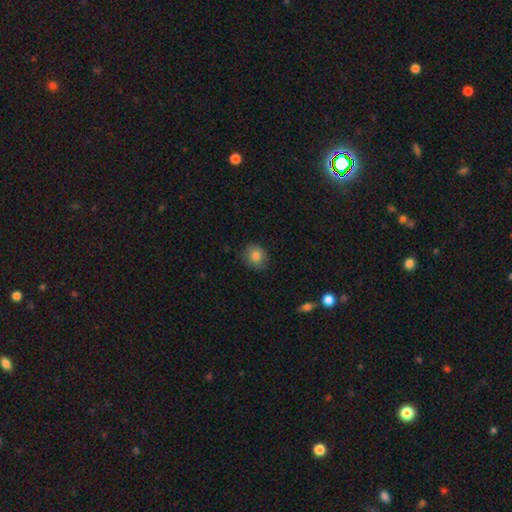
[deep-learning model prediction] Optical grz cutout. It shows a smooth galaxy with no disk features (81%) that is round (69%). Merging: none (81%).